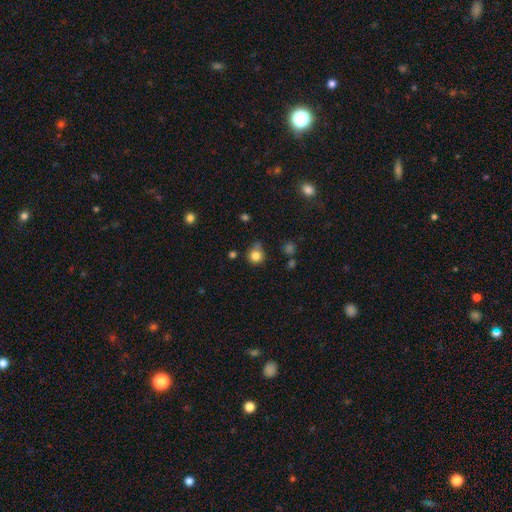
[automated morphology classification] A smooth galaxy with no disk features (82%) that is round (90%).

Vote fractions:
- Smooth or featured? smooth: 82% / star or artifact: 12% / featured or disk: 6%
- How rounded? round: 90% / in between: 9% / cigar-shaped: 1%
- Merging? none: 68% / minor disturbance: 21% / merger: 6% / major disturbance: 5%